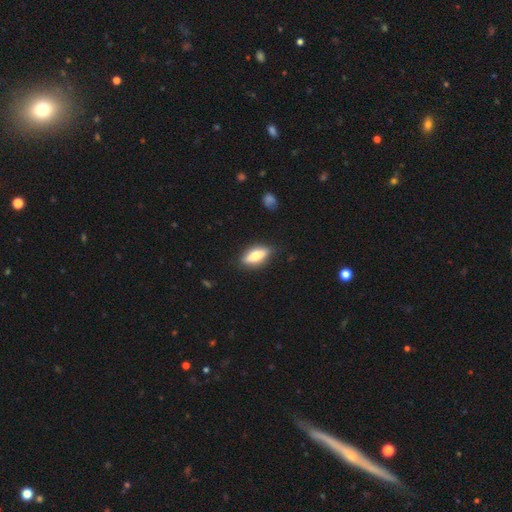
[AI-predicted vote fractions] Smooth or featured?
  - smooth: 57% *
  - featured or disk: 36%
  - star or artifact: 7%
How rounded?
  - in between: 65% *
  - cigar-shaped: 32%
  - round: 3%
Merging?
  - none: 84% *
  - minor disturbance: 12%
  - major disturbance: 3%
  - merger: 1%